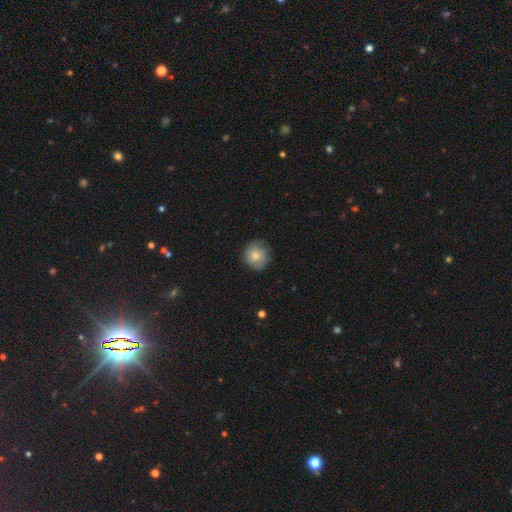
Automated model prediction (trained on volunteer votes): Q: Smooth or featured?
A: smooth (70%); runner-up: featured or disk (23%)
Q: How rounded?
A: round (86%); runner-up: in between (13%)
Q: Merging?
A: none (72%); runner-up: minor disturbance (22%)